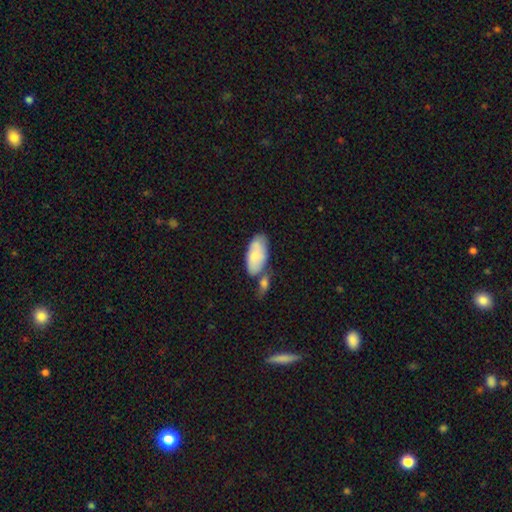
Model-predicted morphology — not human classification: smooth 72%, featured or disk 22%, star or artifact 5%. Down the decision tree: how rounded — in between (91%); merging — none (44%).